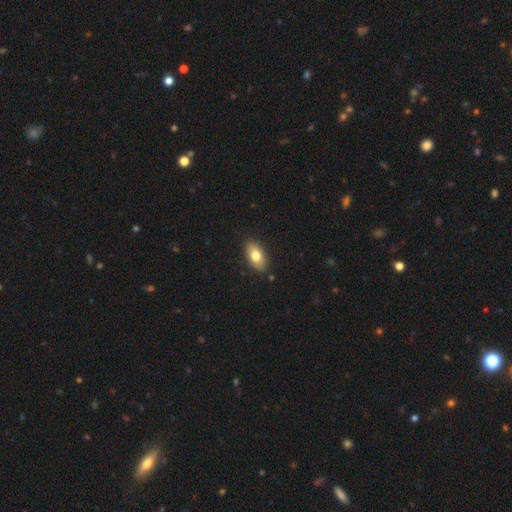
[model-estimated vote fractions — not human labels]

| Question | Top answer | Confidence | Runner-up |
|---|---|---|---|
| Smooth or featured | smooth | 77% | featured or disk (17%) |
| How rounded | in between | 90% | cigar-shaped (6%) |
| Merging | none | 88% | minor disturbance (9%) |